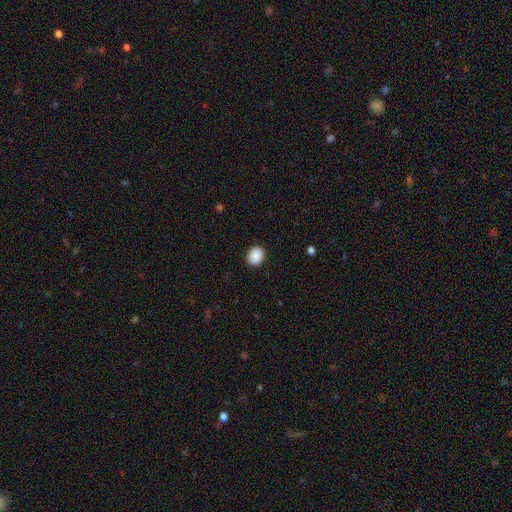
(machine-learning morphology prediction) Overall: smooth (90%). How rounded: round (55%; in between 44%). Merging: none (90%).